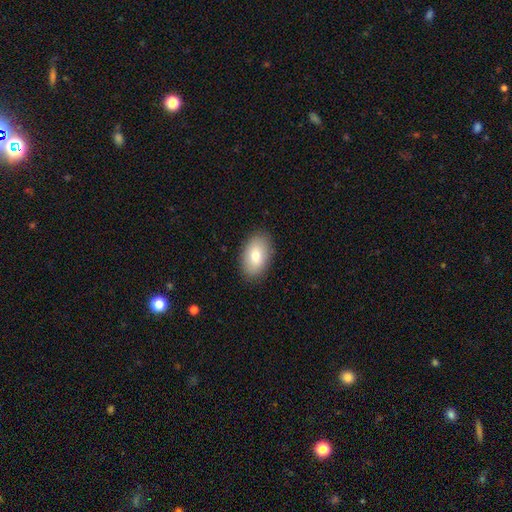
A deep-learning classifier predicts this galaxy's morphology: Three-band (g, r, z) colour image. It shows a smooth galaxy with no disk features (76%) that is in between round and cigar-shaped (91%). Merging: none (88%).